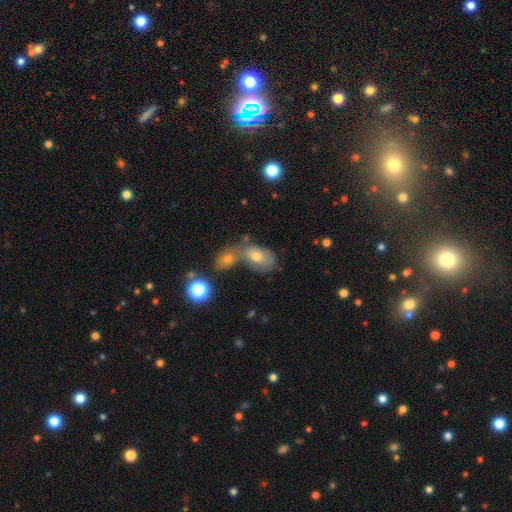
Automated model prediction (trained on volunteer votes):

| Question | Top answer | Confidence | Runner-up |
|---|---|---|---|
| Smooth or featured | smooth | 53% | featured or disk (30%) |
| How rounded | in between | 81% | round (16%) |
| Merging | merger | 41% | none (40%) |